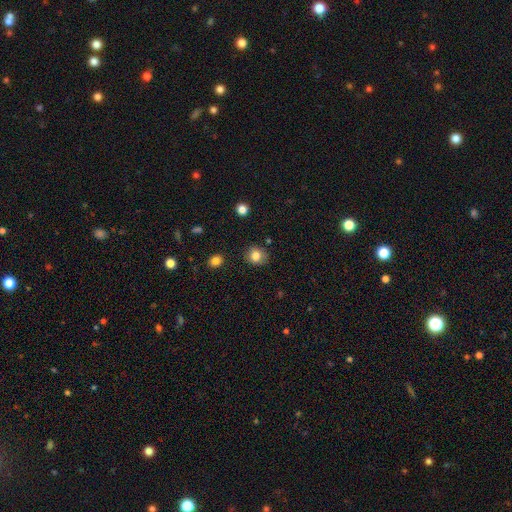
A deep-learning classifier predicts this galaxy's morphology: A smooth galaxy with no disk features (82%) that is round (75%). Merging: none (84%).